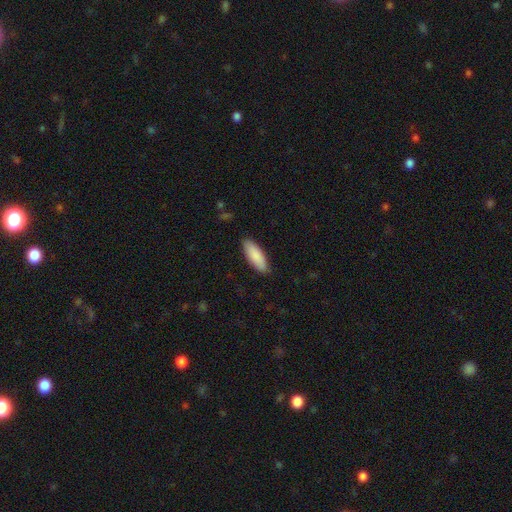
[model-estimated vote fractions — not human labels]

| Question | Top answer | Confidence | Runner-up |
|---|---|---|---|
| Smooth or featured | smooth | 88% | featured or disk (7%) |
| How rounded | in between | 67% | cigar-shaped (31%) |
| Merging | none | 87% | minor disturbance (10%) |